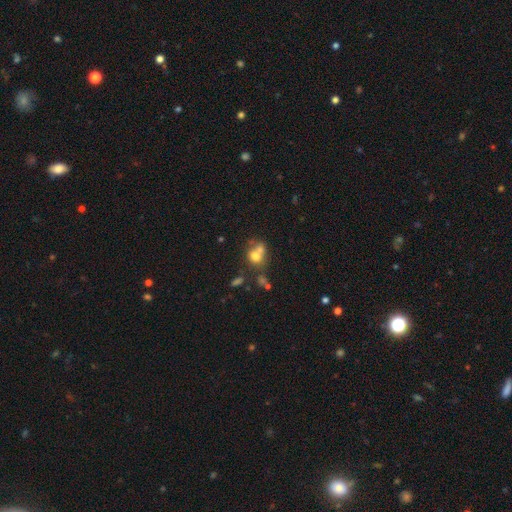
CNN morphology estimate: A smooth galaxy with no disk features (68%) that is round (68%).

Vote fractions:
- Smooth or featured? smooth: 68% / featured or disk: 18% / star or artifact: 14%
- How rounded? round: 68% / in between: 31% / cigar-shaped: 1%
- Merging? merger: 50% / none: 34% / minor disturbance: 10% / major disturbance: 6%